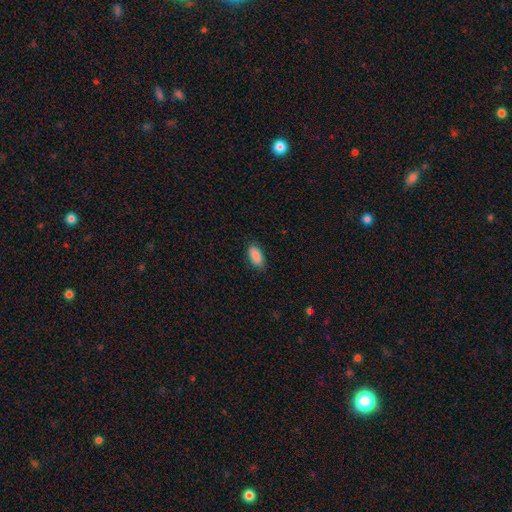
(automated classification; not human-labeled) smooth-or-featured: smooth: 89% | star or artifact: 7% | featured or disk: 4%
  how-rounded: in between: 91% | cigar-shaped: 7% | round: 2%
  merging: none: 82% | minor disturbance: 14% | major disturbance: 3% | merger: 1%